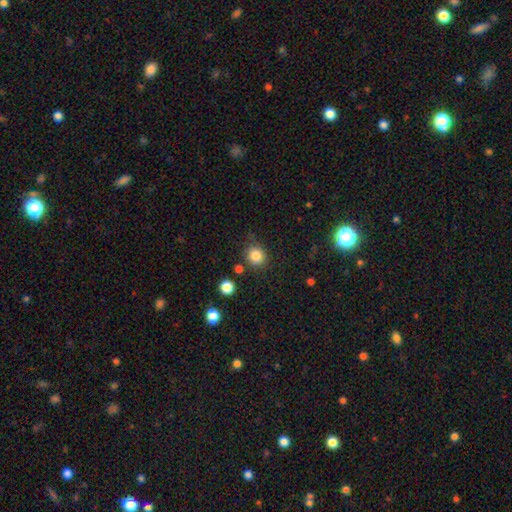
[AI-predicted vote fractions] Overall: smooth (84%). How rounded: round (88%). Merging: none (79%).